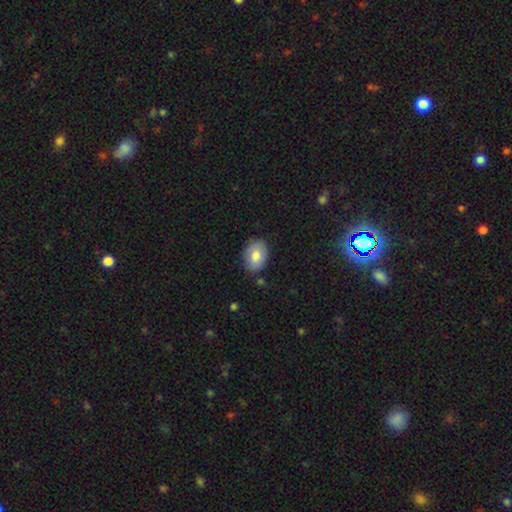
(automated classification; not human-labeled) A smooth galaxy with no disk features (79%) that is in between round and cigar-shaped (79%). Merging: none (80%).